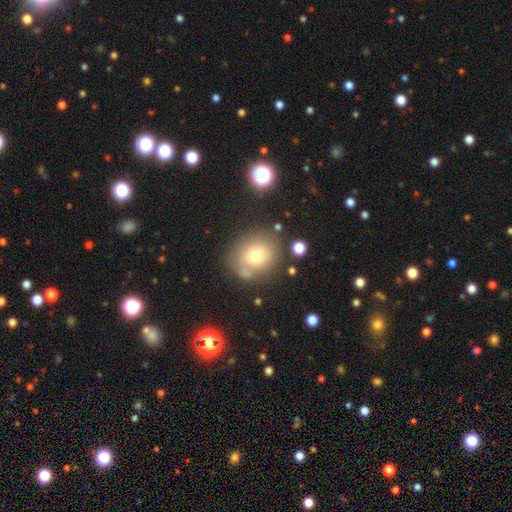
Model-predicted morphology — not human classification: A smooth galaxy with no disk features (69%) that is round (74%).

Vote fractions:
- Smooth or featured? smooth: 69% / featured or disk: 16% / star or artifact: 15%
- How rounded? round: 74% / in between: 25% / cigar-shaped: 1%
- Merging? none: 73% / minor disturbance: 13% / merger: 8% / major disturbance: 5%